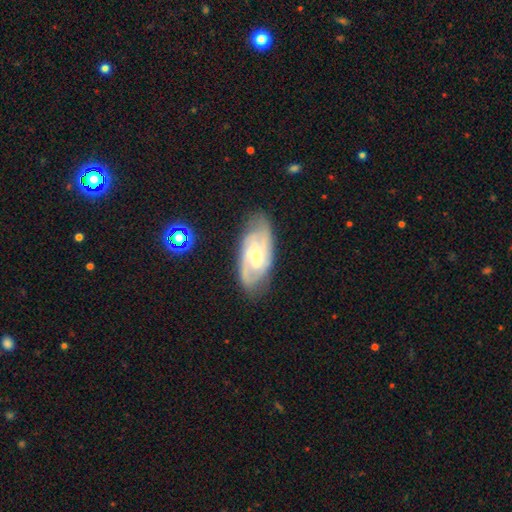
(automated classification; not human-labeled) smooth-or-featured: featured or disk: 84% | smooth: 11% | star or artifact: 6%
  disk-edge-on: no: 95% | yes: 5%
    bar: no: 46% | weak: 43% | strong: 11%
    has-spiral-arms: yes: 96% | no: 4%
      spiral-winding: tight: 52% | medium: 40% | loose: 8%
      spiral-arm-count: 2: 50% | 3: 22% | can't tell: 17% | 4: 4% | 1: 3% | more than 4: 3%
    bulge-size: small: 59% | moderate: 36% | none: 2% | large: 2% | dominant: 1%
  merging: none: 79% | minor disturbance: 16% | major disturbance: 4% | merger: 1%